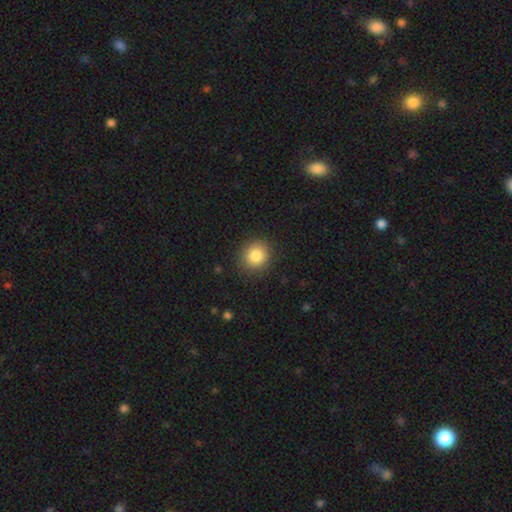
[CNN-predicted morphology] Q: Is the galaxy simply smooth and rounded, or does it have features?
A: smooth — 84%.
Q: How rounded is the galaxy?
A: round — 88%.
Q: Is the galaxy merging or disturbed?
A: none — 89%.